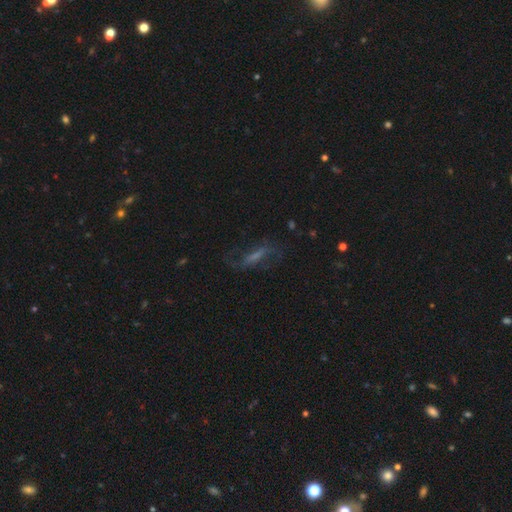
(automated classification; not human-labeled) A featured or disk galaxy (54%).

Vote fractions:
- Smooth or featured? featured or disk: 54% / smooth: 27% / star or artifact: 19%
- Edge-on disk? no: 75% / yes: 25%
- Merging? none: 64% / minor disturbance: 18% / major disturbance: 16% / merger: 2%